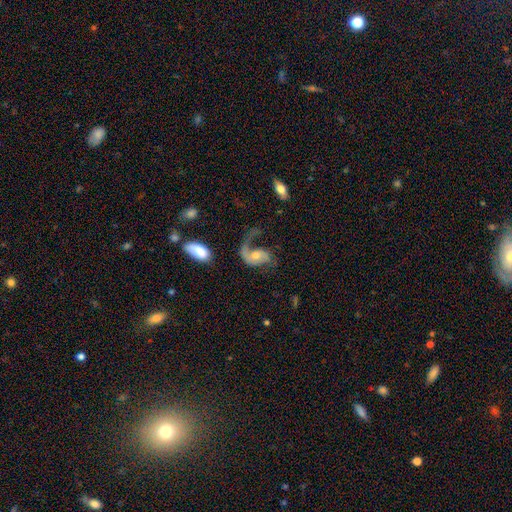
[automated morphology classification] smooth_or_featured: featured or disk (p=0.76) [alt: smooth p=0.18]
disk_edge_on: no (p=0.97) [alt: yes p=0.03]
bar: no (p=0.61) [alt: weak p=0.30]
has_spiral_arms: yes (p=0.90) [alt: no p=0.10]
spiral_winding: loose (p=0.69) [alt: medium p=0.24]
spiral_arm_count: 1 (p=0.56) [alt: 2 p=0.39]
bulge_size: moderate (p=0.57) [alt: small p=0.32]
merging: major disturbance (p=0.45) [alt: none p=0.34]